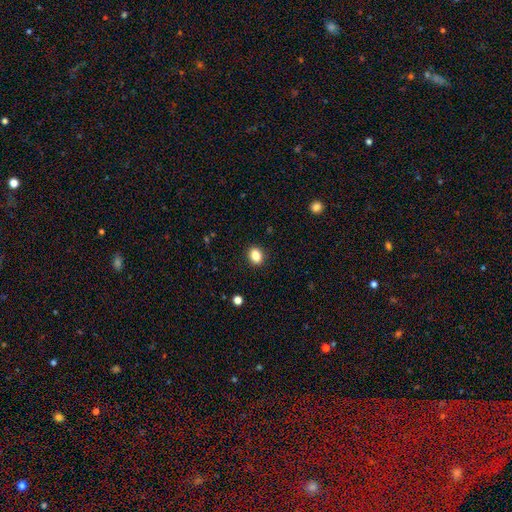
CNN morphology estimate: This appears to be a smooth galaxy with no disk features (85%) that is in between round and cigar-shaped (53%). Merging: none (91%).